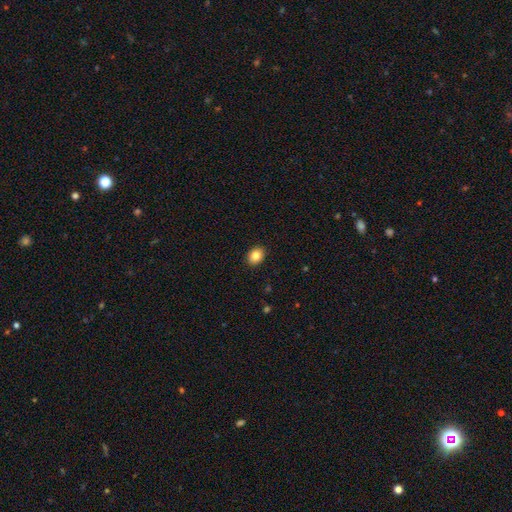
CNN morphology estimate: smooth_or_featured: smooth (p=0.84) [alt: star or artifact p=0.09]
how_rounded: in between (p=0.54) [alt: round p=0.45]
merging: none (p=0.91) [alt: minor disturbance p=0.06]